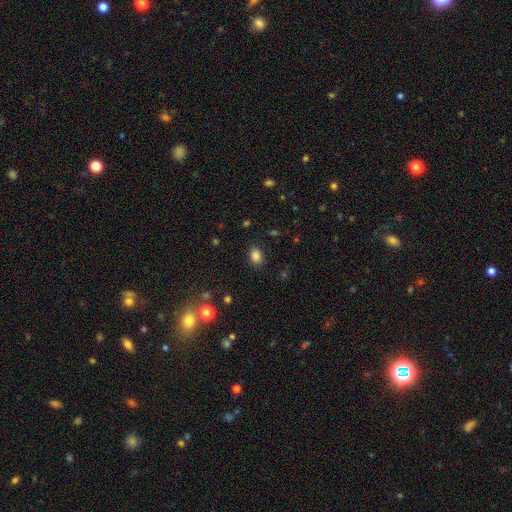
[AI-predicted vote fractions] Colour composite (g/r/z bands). It shows a smooth galaxy with no disk features (84%) that is in between round and cigar-shaped (71%). Merging: none (86%).